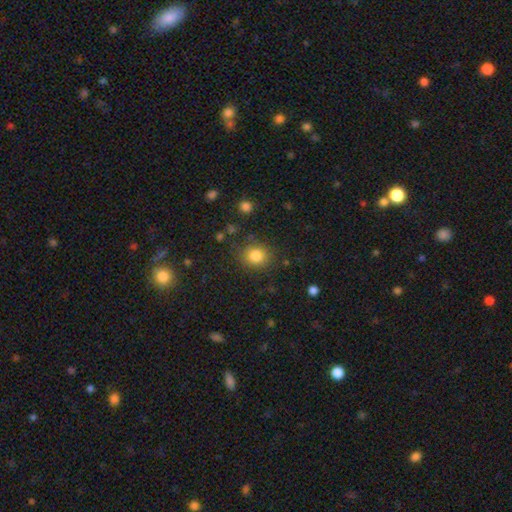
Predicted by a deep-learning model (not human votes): A smooth galaxy with no disk features (83%) that is round (76%).

Vote fractions:
- Smooth or featured? smooth: 83% / star or artifact: 11% / featured or disk: 6%
- How rounded? round: 76% / in between: 23% / cigar-shaped: 1%
- Merging? none: 81% / minor disturbance: 12% / major disturbance: 5% / merger: 3%